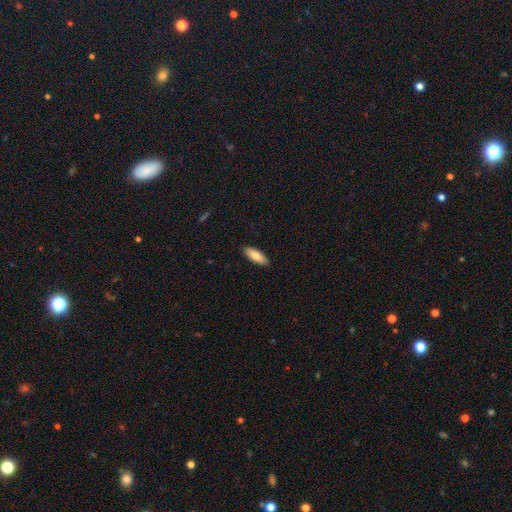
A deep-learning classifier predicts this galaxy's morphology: Overall: smooth (82%). How rounded: in between (65%; cigar-shaped 33%). Merging: none (89%).